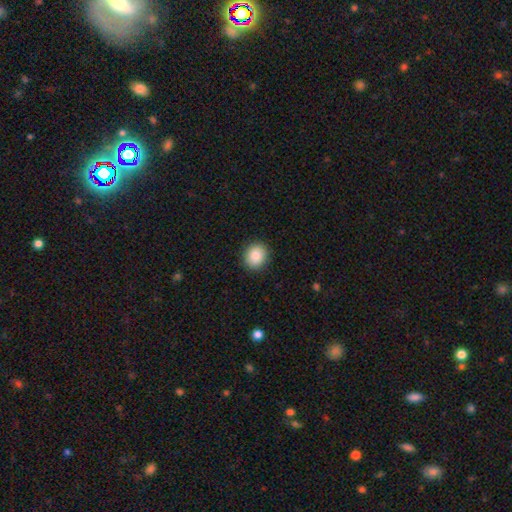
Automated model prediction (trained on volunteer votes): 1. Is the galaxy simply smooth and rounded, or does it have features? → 86% smooth, 8% star or artifact, 6% featured or disk.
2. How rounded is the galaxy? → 77% round, 23% in between, 1% cigar-shaped.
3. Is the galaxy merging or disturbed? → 91% none, 6% minor disturbance, 2% major disturbance, 1% merger.